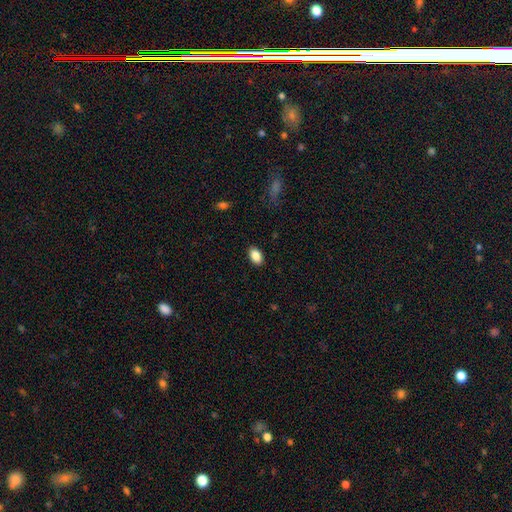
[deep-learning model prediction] Smooth or featured: smooth — 88% (star or artifact — 8%)
How rounded: in between — 90% (round — 8%)
Merging: none — 88% (minor disturbance — 9%)